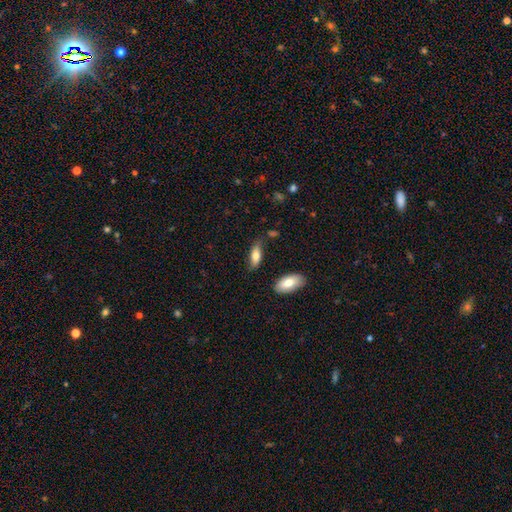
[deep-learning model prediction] Overall: smooth (72%). How rounded: in between (72%). Merging: none (71%).